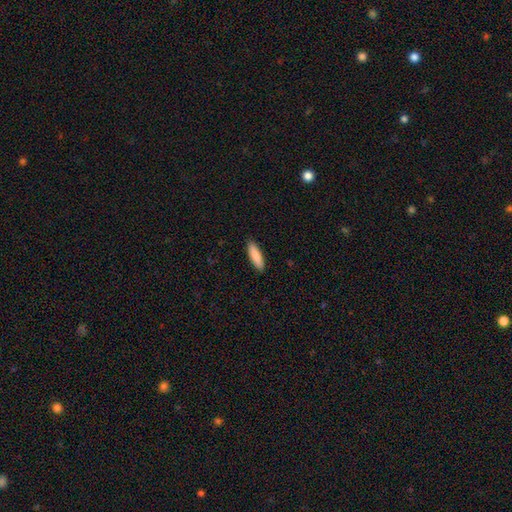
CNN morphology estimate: smooth 88%, featured or disk 7%, star or artifact 5%. Down the decision tree: how rounded — cigar-shaped (57%); merging — none (90%).